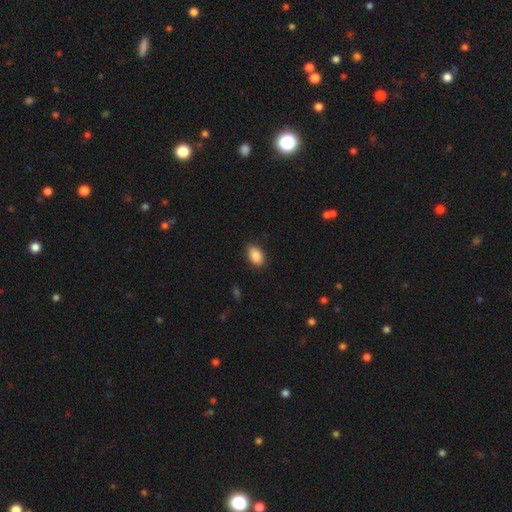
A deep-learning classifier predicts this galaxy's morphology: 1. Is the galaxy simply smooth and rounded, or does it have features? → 89% smooth, 7% star or artifact, 4% featured or disk.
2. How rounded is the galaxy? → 89% in between, 10% round, 1% cigar-shaped.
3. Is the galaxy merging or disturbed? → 87% none, 10% minor disturbance, 2% major disturbance, 1% merger.